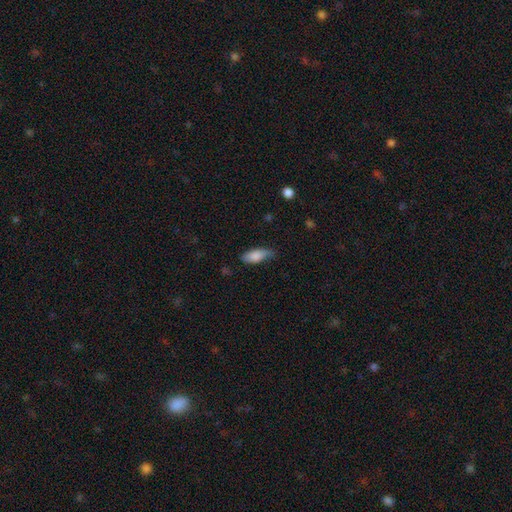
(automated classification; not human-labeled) Smooth or featured? smooth (81%)
How rounded? in between (81%)
Merging? none (55%)